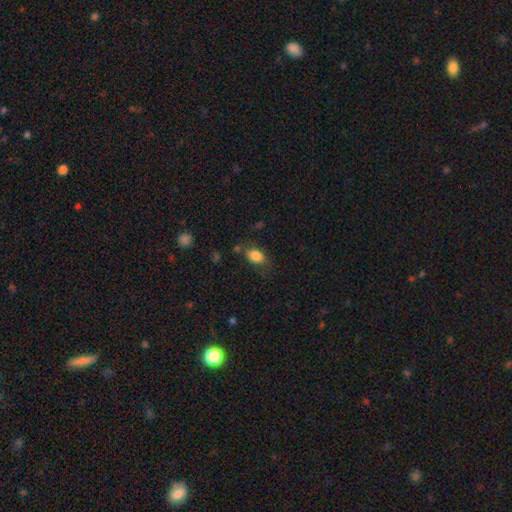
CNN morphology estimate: Overall: smooth (84%). How rounded: in between (78%). Merging: none (69%).